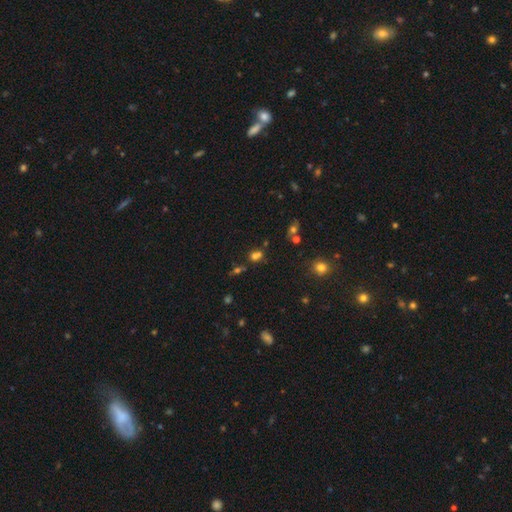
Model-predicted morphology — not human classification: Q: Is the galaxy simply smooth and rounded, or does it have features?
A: smooth — 61%.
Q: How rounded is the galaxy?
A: round — 68%.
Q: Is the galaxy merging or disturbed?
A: none — 49%.